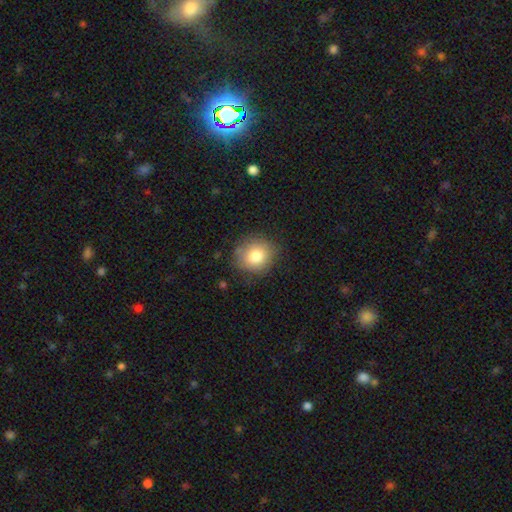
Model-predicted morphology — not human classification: This is clearly a smooth galaxy (81%). How rounded: clearly round (81%). Merging: clearly none (81%).